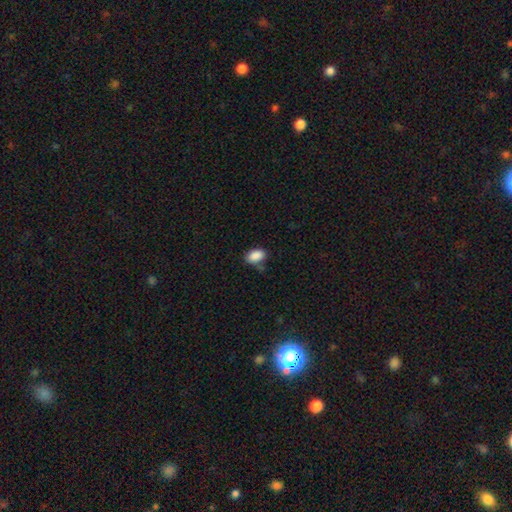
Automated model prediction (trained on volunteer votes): Smooth or featured? smooth (89%)
How rounded? in between (91%)
Merging? none (71%)